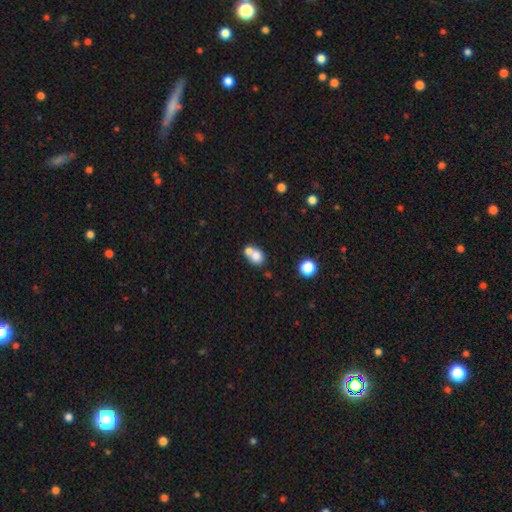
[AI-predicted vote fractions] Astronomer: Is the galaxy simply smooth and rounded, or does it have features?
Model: smooth — 76%.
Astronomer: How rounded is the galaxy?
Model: round — 62% (runner-up: in between, 37%).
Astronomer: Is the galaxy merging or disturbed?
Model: merger — 57% (runner-up: none, 33%).